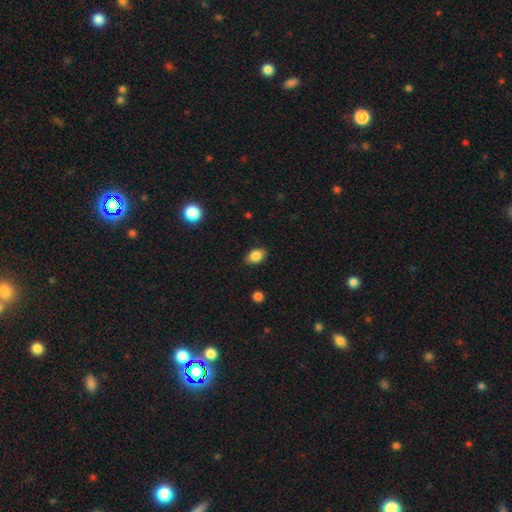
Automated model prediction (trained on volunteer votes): A smooth galaxy with no disk features (86%) that is in between round and cigar-shaped (84%).

Vote fractions:
- Smooth or featured? smooth: 86% / star or artifact: 9% / featured or disk: 5%
- How rounded? in between: 84% / round: 15% / cigar-shaped: 1%
- Merging? none: 86% / minor disturbance: 11% / major disturbance: 2% / merger: 1%